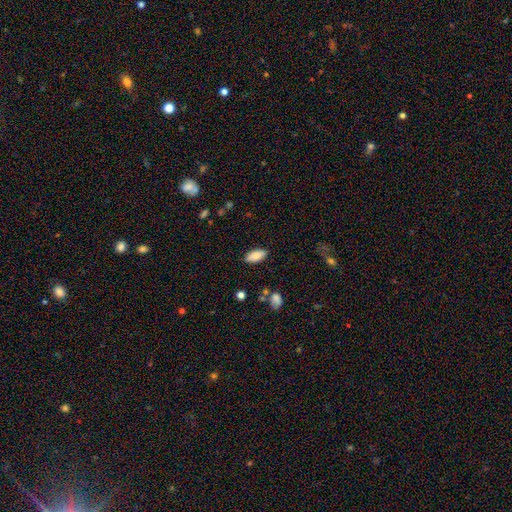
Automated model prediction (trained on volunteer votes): Smooth or featured? smooth (85%)
How rounded? in between (89%)
Merging? none (85%)